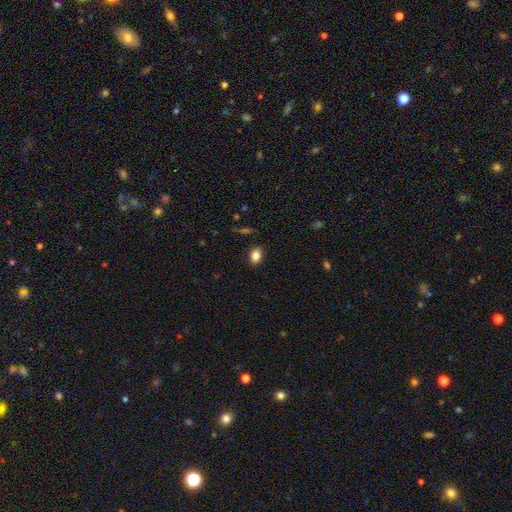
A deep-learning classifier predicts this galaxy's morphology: Smooth or featured? smooth (85%)
How rounded? in between (78%)
Merging? none (86%)